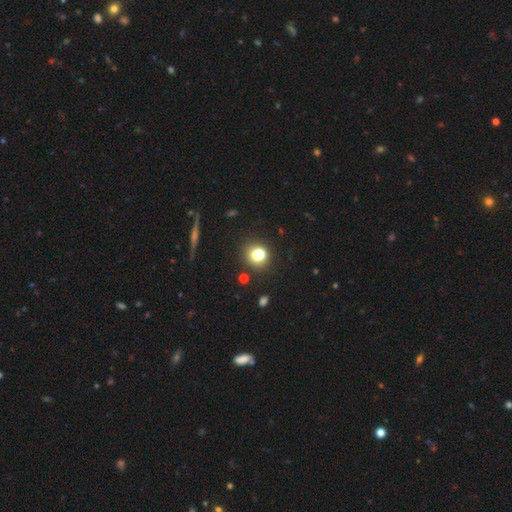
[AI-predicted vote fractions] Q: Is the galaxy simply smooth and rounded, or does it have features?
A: smooth — 71%.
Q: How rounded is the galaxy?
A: round — 81%.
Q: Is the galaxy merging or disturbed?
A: none — 79%.